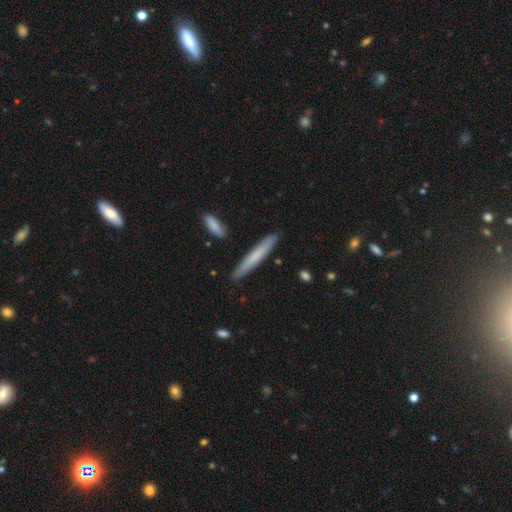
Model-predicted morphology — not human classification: smooth 69%, featured or disk 25%, star or artifact 6%. Down the decision tree: how rounded — cigar-shaped (95%); merging — none (88%).